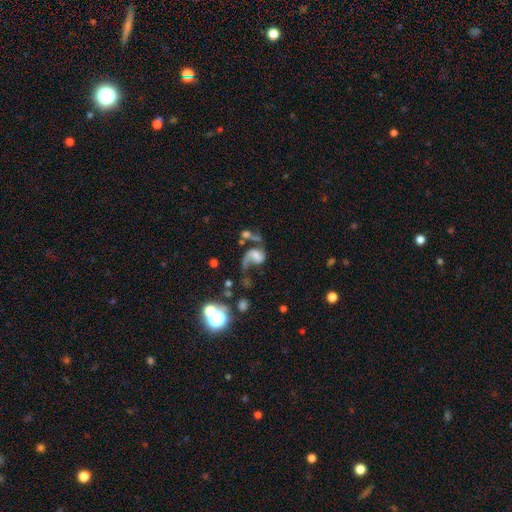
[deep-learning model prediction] featured or disk 69%, smooth 20%, star or artifact 11%. Down the decision tree: edge-on disk — no (98%); bar — no (53%); spiral arms — yes (88%); spiral arm count — 2 (51%); spiral winding — loose (68%); bulge size — none (32%); merging — major disturbance (37%).